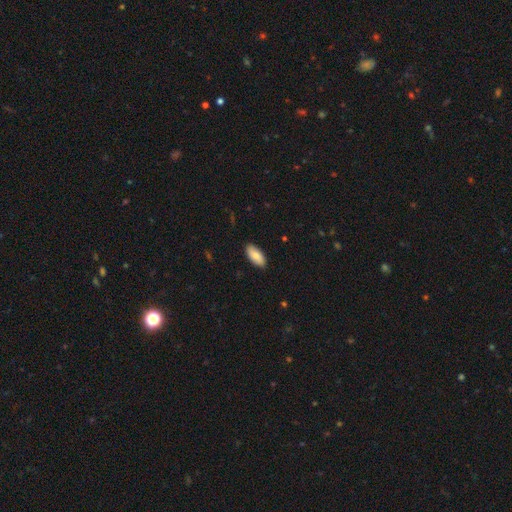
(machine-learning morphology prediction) Smooth or featured? smooth (84%)
How rounded? in between (90%)
Merging? none (88%)